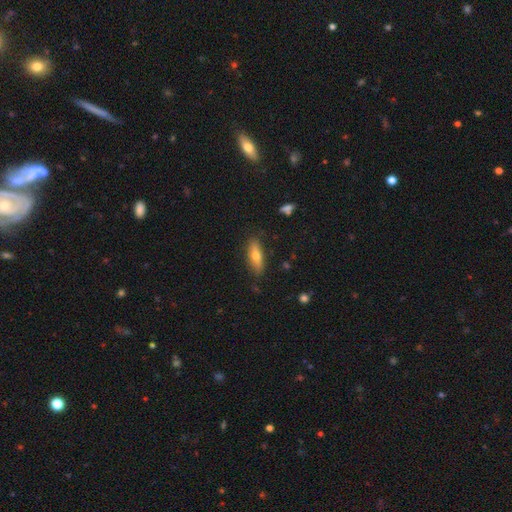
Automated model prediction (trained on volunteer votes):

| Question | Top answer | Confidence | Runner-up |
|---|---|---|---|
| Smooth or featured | smooth | 61% | featured or disk (32%) |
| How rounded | in between | 51% | cigar-shaped (46%) |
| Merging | none | 82% | minor disturbance (14%) |